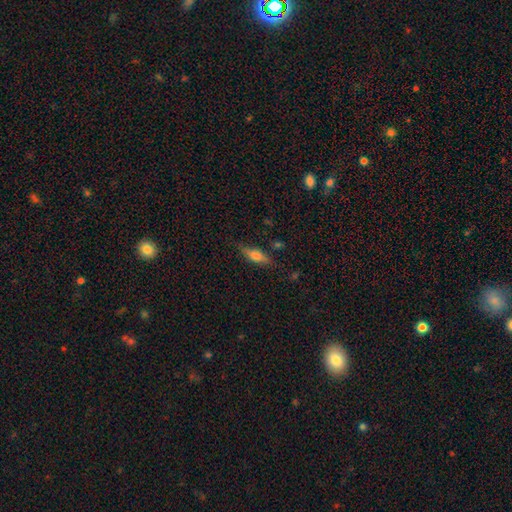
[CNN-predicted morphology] Smooth or featured? smooth (59%)
How rounded? in between (56%)
Merging? none (77%)